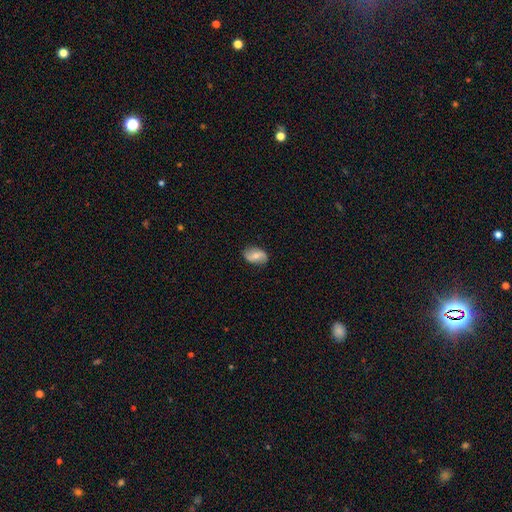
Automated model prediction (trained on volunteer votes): A smooth galaxy with no disk features (47%).

Vote fractions:
- Smooth or featured? smooth: 47% / featured or disk: 46% / star or artifact: 8%
- Merging? none: 80% / minor disturbance: 15% / major disturbance: 3% / merger: 1%